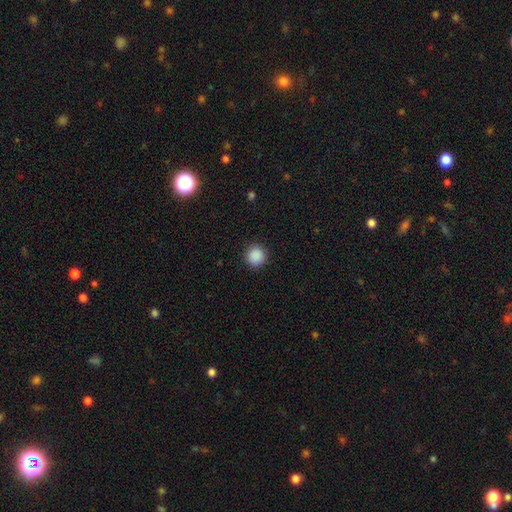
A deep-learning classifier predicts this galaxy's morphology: Overall: smooth (89%). How rounded: round (94%). Merging: none (91%).